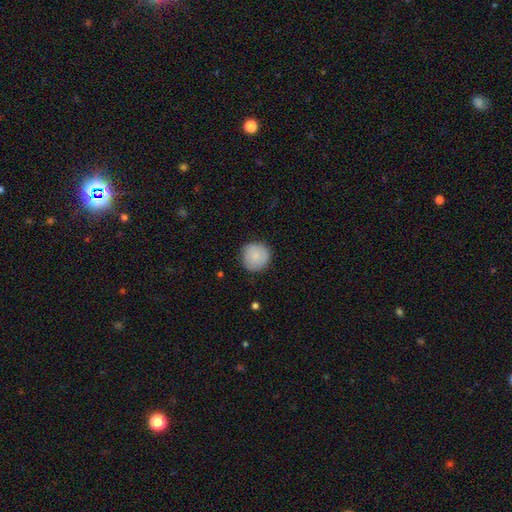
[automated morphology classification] smooth_or_featured: smooth (p=0.82) [alt: featured or disk p=0.11]
how_rounded: round (p=0.94) [alt: in between p=0.05]
merging: none (p=0.84) [alt: minor disturbance p=0.13]